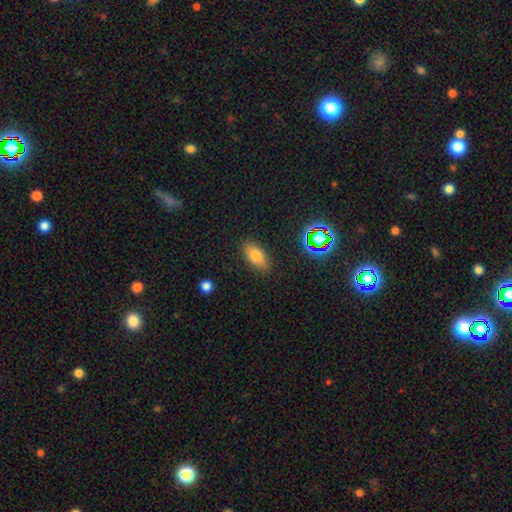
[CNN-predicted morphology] This appears to be a smooth galaxy with no disk features (75%) that is in between round and cigar-shaped (85%). Merging: none (85%).